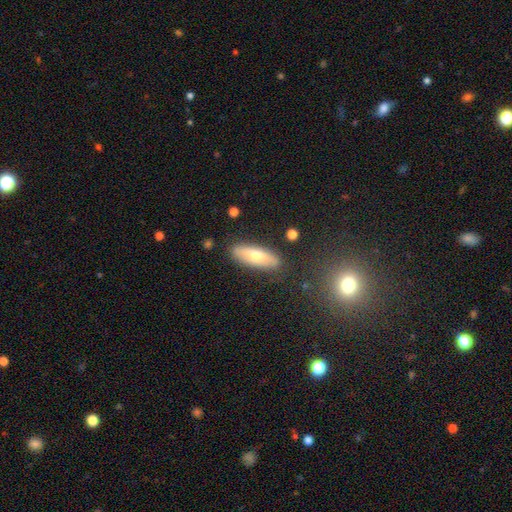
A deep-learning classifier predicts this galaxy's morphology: This is likely a smooth galaxy (63%). How rounded: possibly in between (52%). Merging: clearly none (85%).